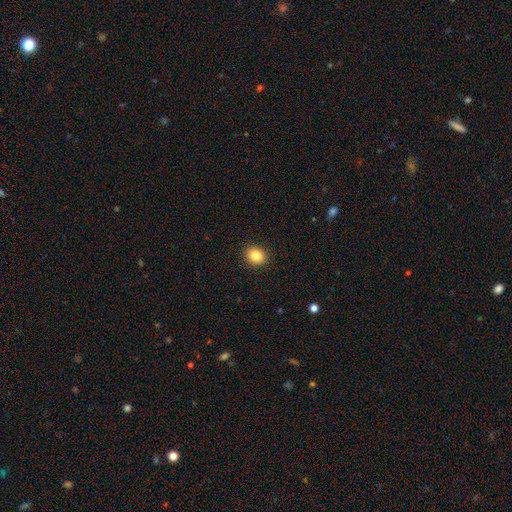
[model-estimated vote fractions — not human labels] Smooth or featured? smooth (84%)
How rounded? round (62%)
Merging? none (91%)